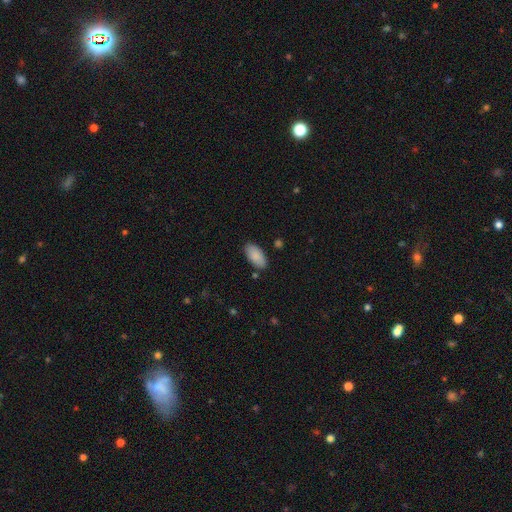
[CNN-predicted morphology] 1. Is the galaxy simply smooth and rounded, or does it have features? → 88% smooth, 6% star or artifact, 6% featured or disk.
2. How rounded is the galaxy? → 94% in between, 4% cigar-shaped, 2% round.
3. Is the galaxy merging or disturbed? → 83% none, 11% minor disturbance, 3% merger, 3% major disturbance.